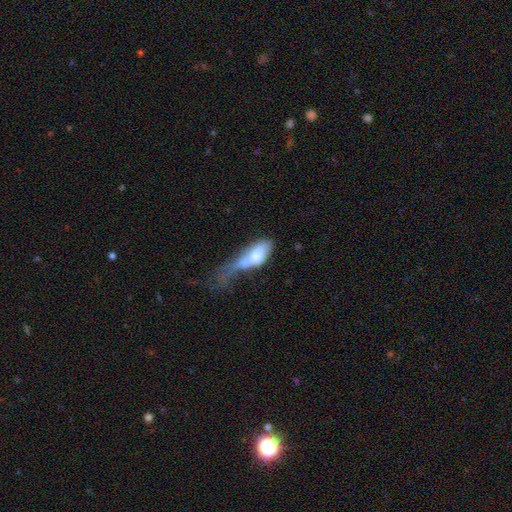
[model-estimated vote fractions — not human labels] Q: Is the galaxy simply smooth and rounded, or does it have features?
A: smooth — 63%.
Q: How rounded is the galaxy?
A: in between — 83%.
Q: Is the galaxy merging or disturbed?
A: major disturbance — 53%.